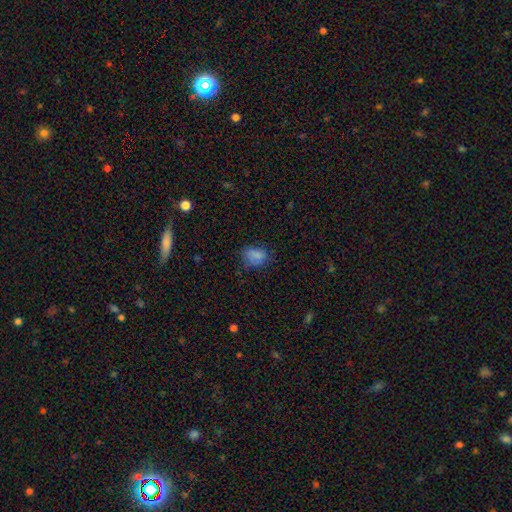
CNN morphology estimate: Q: Smooth or featured?
A: smooth (76%); runner-up: star or artifact (14%)
Q: How rounded?
A: in between (76%); runner-up: round (23%)
Q: Merging?
A: none (58%); runner-up: minor disturbance (27%)